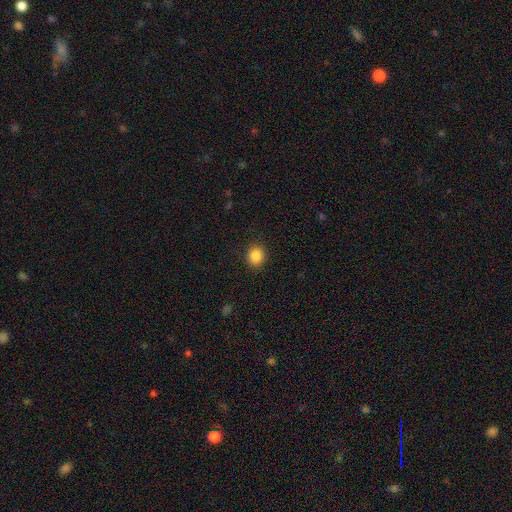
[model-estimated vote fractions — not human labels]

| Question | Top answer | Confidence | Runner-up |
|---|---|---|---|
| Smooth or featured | smooth | 87% | star or artifact (10%) |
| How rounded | round | 79% | in between (20%) |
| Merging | none | 89% | minor disturbance (8%) |